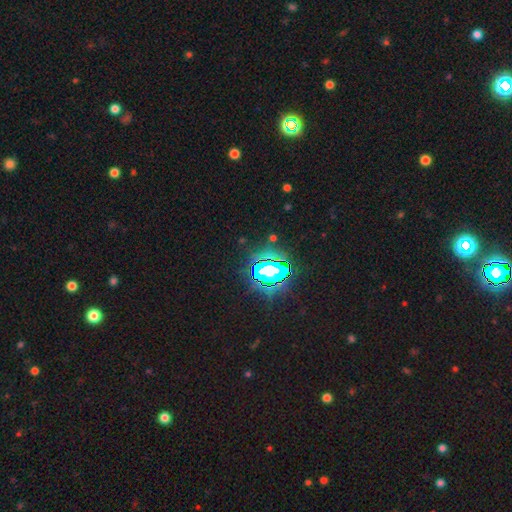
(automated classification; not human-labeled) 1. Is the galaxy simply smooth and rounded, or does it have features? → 77% star or artifact, 13% smooth, 10% featured or disk.